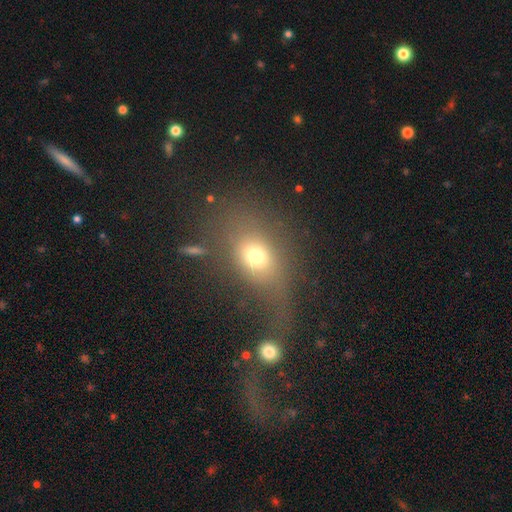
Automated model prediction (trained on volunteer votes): A smooth galaxy with no disk features (66%) that is in between round and cigar-shaped (60%).

Vote fractions:
- Smooth or featured? smooth: 66% / featured or disk: 19% / star or artifact: 15%
- How rounded? in between: 60% / round: 36% / cigar-shaped: 4%
- Merging? none: 39% / major disturbance: 30% / minor disturbance: 17% / merger: 13%